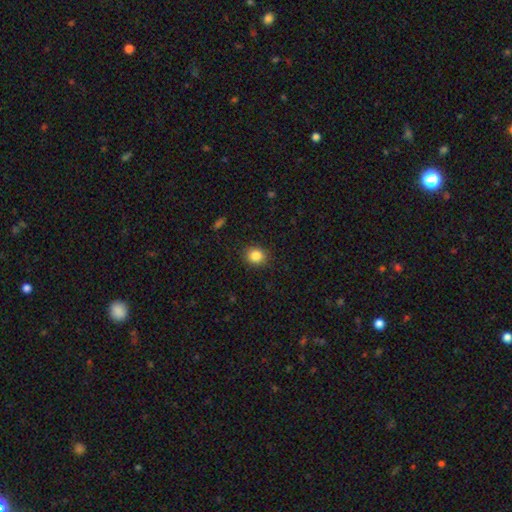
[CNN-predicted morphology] A smooth galaxy with no disk features (85%) that is round (75%).

Vote fractions:
- Smooth or featured? smooth: 85% / star or artifact: 10% / featured or disk: 5%
- How rounded? round: 75% / in between: 24% / cigar-shaped: 1%
- Merging? none: 89% / minor disturbance: 7% / major disturbance: 2% / merger: 1%